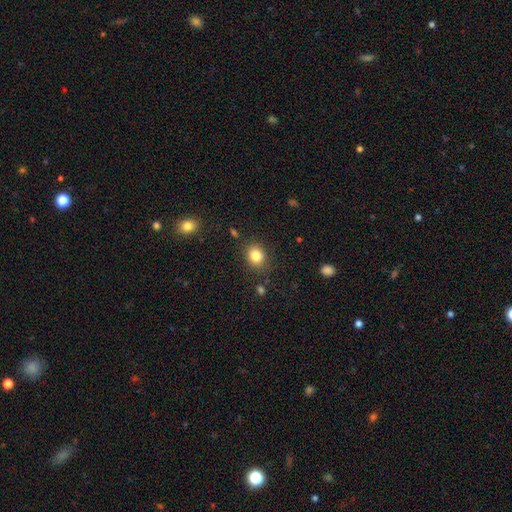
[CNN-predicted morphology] smooth-or-featured: smooth: 83% | star or artifact: 11% | featured or disk: 6%
  how-rounded: round: 64% | in between: 35% | cigar-shaped: 1%
  merging: none: 84% | minor disturbance: 11% | major disturbance: 3% | merger: 2%